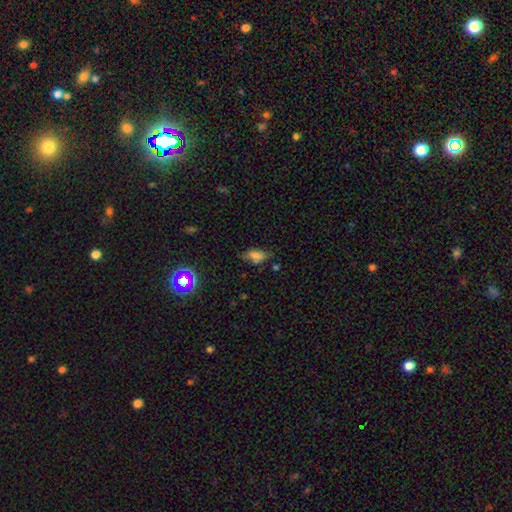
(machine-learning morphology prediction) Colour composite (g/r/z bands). It shows a smooth galaxy with no disk features (70%) that is in between round and cigar-shaped (83%). Merging: none (61%).